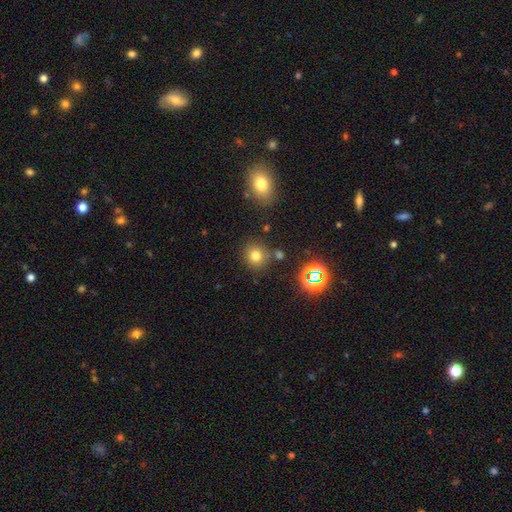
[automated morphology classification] Overall: smooth (73%). How rounded: round (87%). Merging: none (80%).